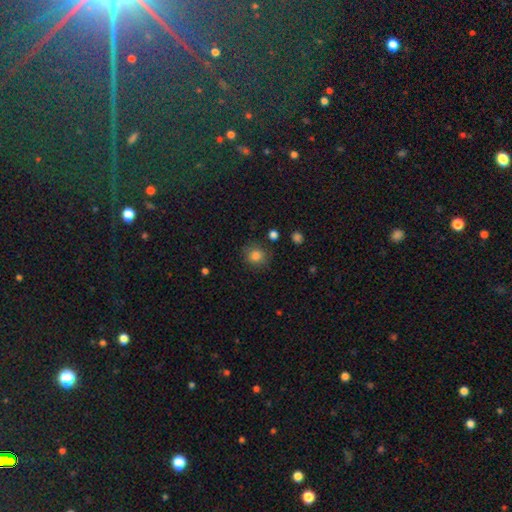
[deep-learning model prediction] Q: Smooth or featured?
A: smooth (82%); runner-up: star or artifact (11%)
Q: How rounded?
A: round (85%); runner-up: in between (14%)
Q: Merging?
A: none (82%); runner-up: minor disturbance (12%)